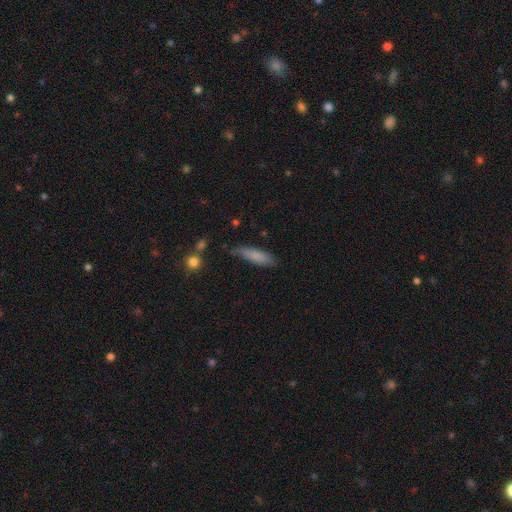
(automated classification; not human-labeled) Smooth or featured: smooth — 79% (featured or disk — 14%)
How rounded: cigar-shaped — 61% (in between — 37%)
Merging: none — 70% (minor disturbance — 23%)